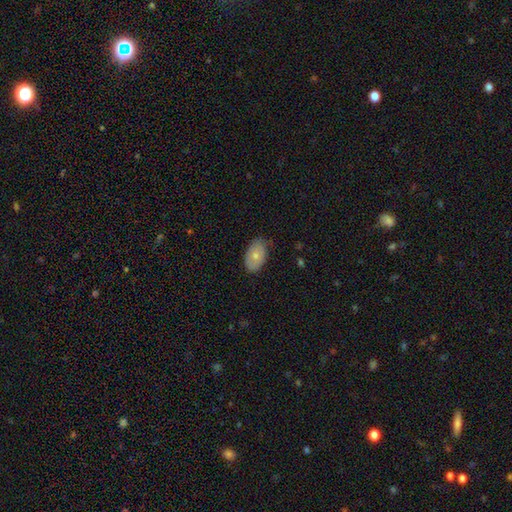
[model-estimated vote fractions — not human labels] Smooth or featured?
  - smooth: 71% *
  - featured or disk: 23%
  - star or artifact: 7%
How rounded?
  - in between: 90% *
  - round: 8%
  - cigar-shaped: 1%
Merging?
  - none: 71% *
  - minor disturbance: 24%
  - major disturbance: 4%
  - merger: 1%